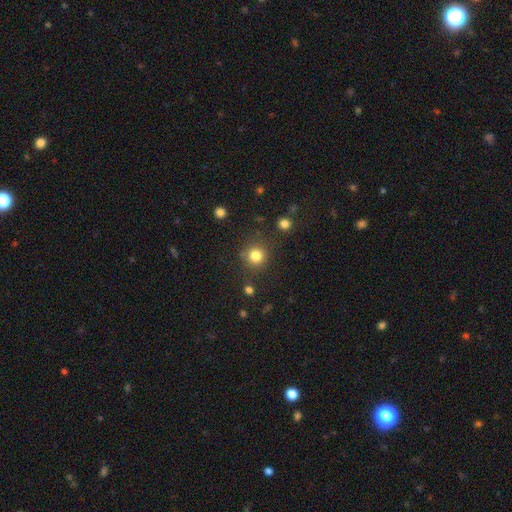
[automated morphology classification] This appears to be a smooth galaxy with no disk features (82%) that is round (92%). Merging: none (85%).